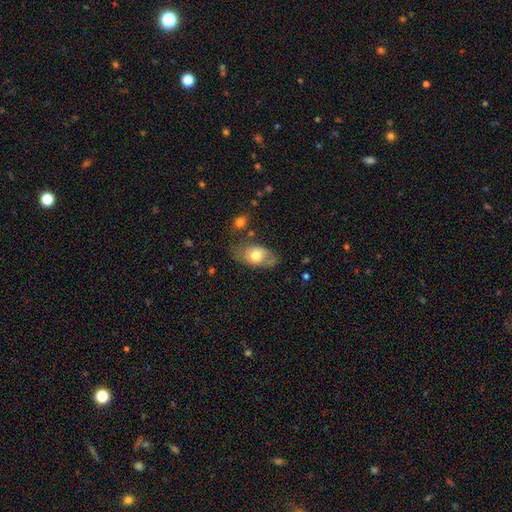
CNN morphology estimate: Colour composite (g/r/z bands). It shows a smooth galaxy with no disk features (68%) that is in between round and cigar-shaped (87%). Merging: none (54%).